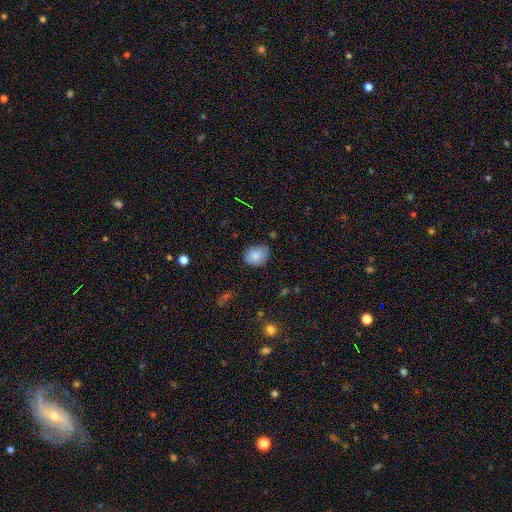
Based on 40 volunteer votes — smooth_or_featured: smooth (p=0.88) [alt: featured or disk p=0.07]
how_rounded: round (p=0.63) [alt: in between p=0.37]
merging: none (p=0.82) [alt: minor disturbance p=0.18]